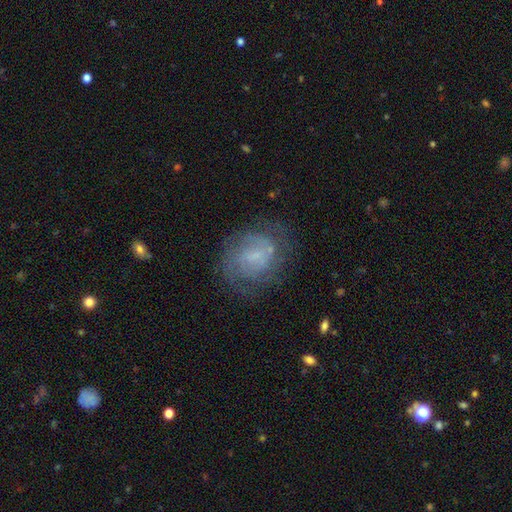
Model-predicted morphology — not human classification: Smooth or featured?
  - featured or disk: 65% *
  - smooth: 24%
  - star or artifact: 11%
Edge-on disk?
  - no: 97% *
  - yes: 3%
Bar?
  - weak: 48% *
  - no: 41%
  - strong: 11%
Spiral arms?
  - yes: 84% *
  - no: 16%
Spiral winding?
  - tight: 50% *
  - medium: 37%
  - loose: 13%
Spiral arm count?
  - 2: 40% *
  - can't tell: 39%
  - 3: 10%
  - 1: 5%
  - 4: 4%
  - more than 4: 3%
Bulge size?
  - small: 48% *
  - none: 31%
  - moderate: 17%
  - large: 3%
  - dominant: 1%
Merging?
  - none: 70% *
  - minor disturbance: 18%
  - major disturbance: 11%
  - merger: 1%